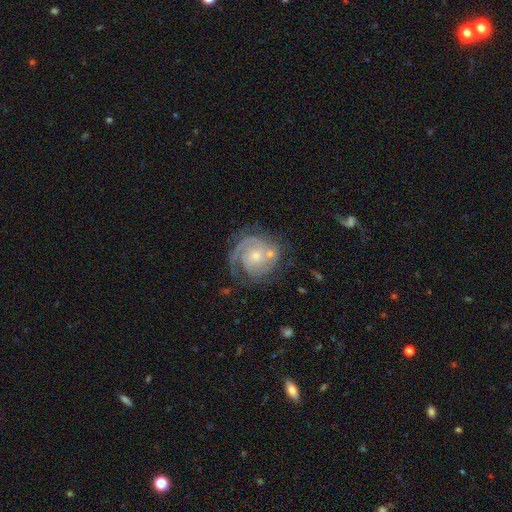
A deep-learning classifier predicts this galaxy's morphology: Smooth or featured: featured or disk — 84% (smooth — 11%)
Edge-on disk: no — 98% (yes — 2%)
Bar: no — 74% (weak — 22%)
Spiral arms: yes — 95% (no — 5%)
Spiral winding: tight — 66% (medium — 26%)
Spiral arm count: 2 — 38% (can't tell — 20%)
Bulge size: small — 63% (moderate — 31%)
Merging: none — 59% (minor disturbance — 18%)